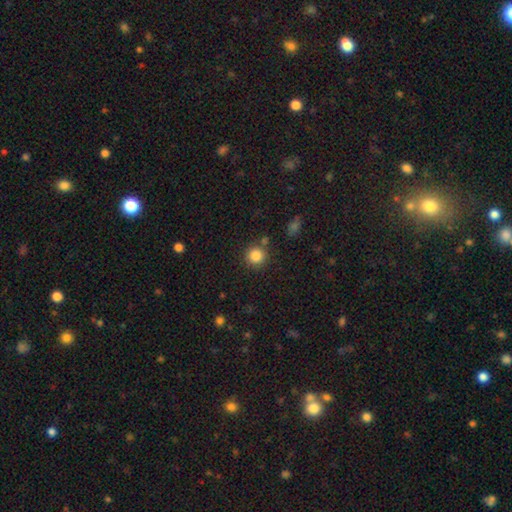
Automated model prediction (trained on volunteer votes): smooth-or-featured: smooth: 85% | star or artifact: 11% | featured or disk: 4%
  how-rounded: round: 93% | in between: 6% | cigar-shaped: 1%
  merging: none: 82% | minor disturbance: 8% | merger: 7% | major disturbance: 3%